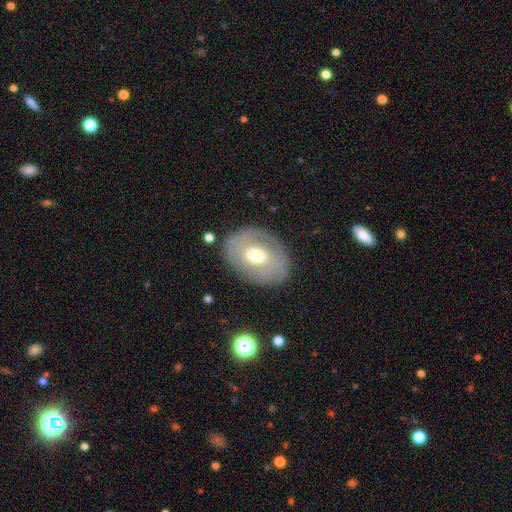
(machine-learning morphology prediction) smooth_or_featured: featured or disk (p=0.52) [alt: smooth p=0.41]
disk_edge_on: no (p=0.94) [alt: yes p=0.06]
merging: none (p=0.80) [alt: minor disturbance p=0.13]